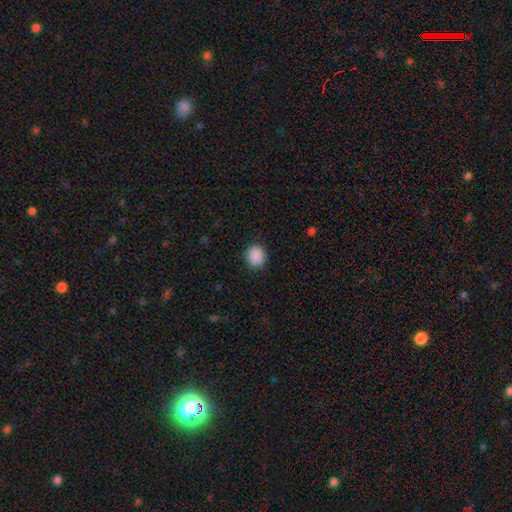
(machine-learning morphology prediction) The model was most divided on "how rounded": round: 83%, in between: 16%, cigar-shaped: 1%. More confident: smooth or featured — smooth (89%); merging — none (89%).